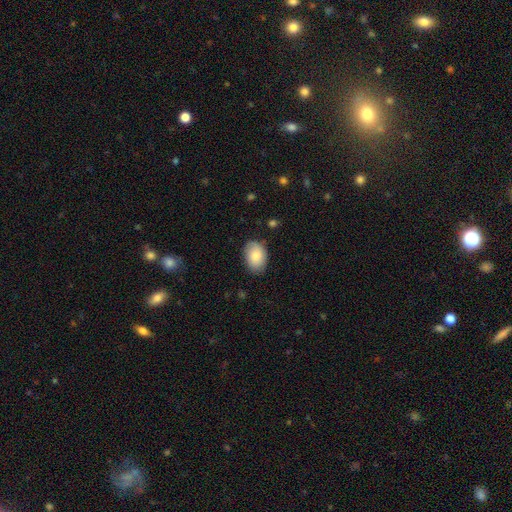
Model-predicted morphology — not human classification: Q: Smooth or featured?
A: smooth (83%); runner-up: featured or disk (11%)
Q: How rounded?
A: in between (85%); runner-up: round (14%)
Q: Merging?
A: none (80%); runner-up: minor disturbance (15%)